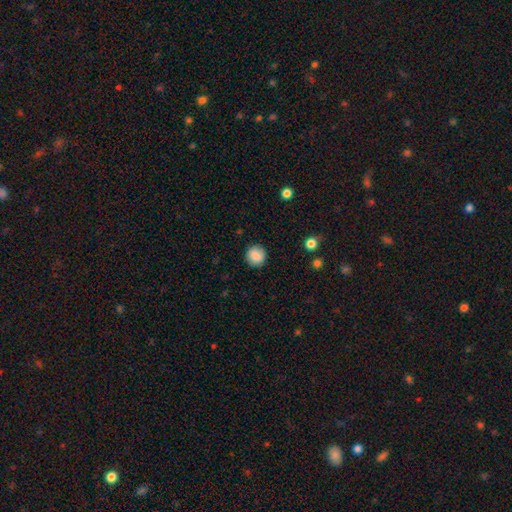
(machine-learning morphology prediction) Overall: smooth (88%). How rounded: round (93%). Merging: none (90%).